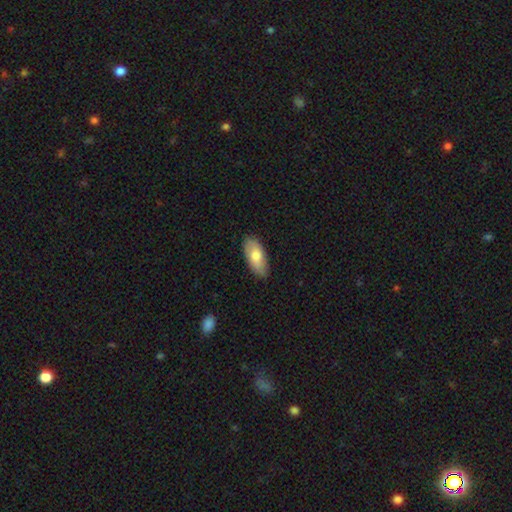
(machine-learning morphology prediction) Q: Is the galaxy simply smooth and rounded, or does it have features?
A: smooth — 73%.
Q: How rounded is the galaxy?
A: in between — 87%.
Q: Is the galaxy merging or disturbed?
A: none — 82%.